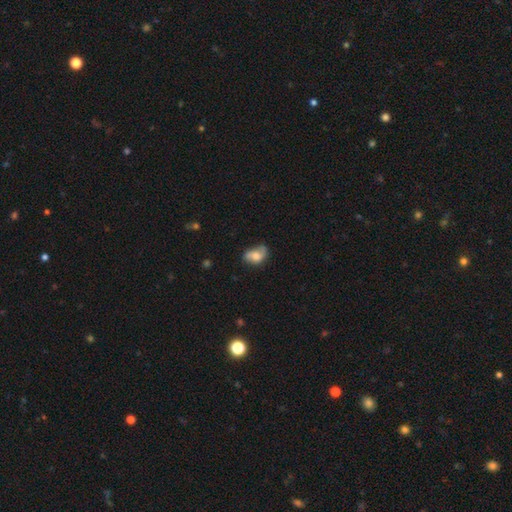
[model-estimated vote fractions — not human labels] A smooth galaxy with no disk features (50%).

Vote fractions:
- Smooth or featured? smooth: 50% / featured or disk: 41% / star or artifact: 9%
- Merging? none: 43% / minor disturbance: 33% / major disturbance: 17% / merger: 7%